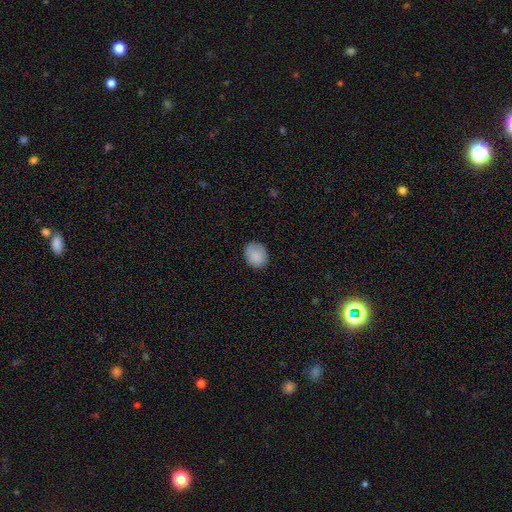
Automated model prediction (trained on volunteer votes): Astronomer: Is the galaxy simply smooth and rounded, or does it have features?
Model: smooth — 86%.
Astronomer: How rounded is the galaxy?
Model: round — 56% (runner-up: in between, 43%).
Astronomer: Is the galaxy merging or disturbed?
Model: none — 80%.